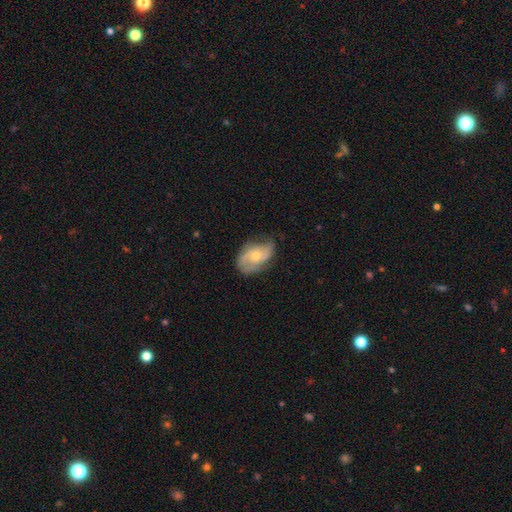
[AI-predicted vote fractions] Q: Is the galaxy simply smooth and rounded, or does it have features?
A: featured or disk — 65%.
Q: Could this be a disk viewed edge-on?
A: no — 96%.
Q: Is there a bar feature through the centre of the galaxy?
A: no — 66%.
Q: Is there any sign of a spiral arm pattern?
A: yes — 87%.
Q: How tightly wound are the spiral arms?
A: medium — 44%.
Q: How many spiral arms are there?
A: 2 — 72%.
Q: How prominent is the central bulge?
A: small — 48%.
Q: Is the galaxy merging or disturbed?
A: none — 60%.